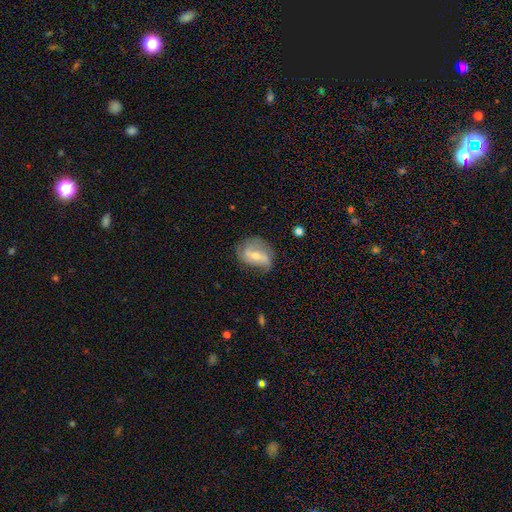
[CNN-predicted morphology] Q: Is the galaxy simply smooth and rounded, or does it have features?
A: featured or disk — 69%.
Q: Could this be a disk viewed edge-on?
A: no — 95%.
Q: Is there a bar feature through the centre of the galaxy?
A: weak — 43%.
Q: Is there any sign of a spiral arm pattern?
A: yes — 87%.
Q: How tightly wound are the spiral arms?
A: loose — 49%.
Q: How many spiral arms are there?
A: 2 — 69%.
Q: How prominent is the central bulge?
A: moderate — 49%.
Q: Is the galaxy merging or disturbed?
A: none — 62%.